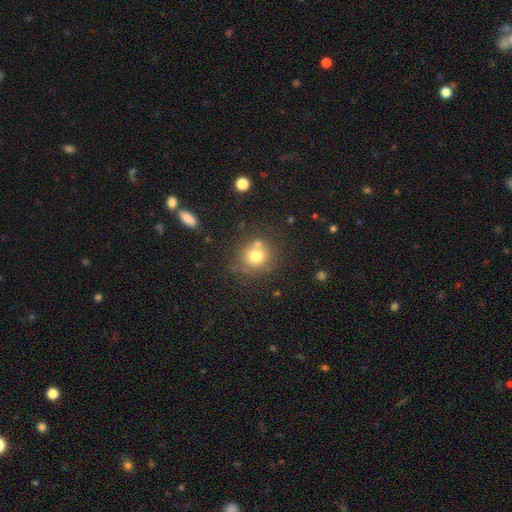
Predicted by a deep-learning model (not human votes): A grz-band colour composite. It shows a smooth galaxy with no disk features (75%) that is round (86%). Merging: none (68%).